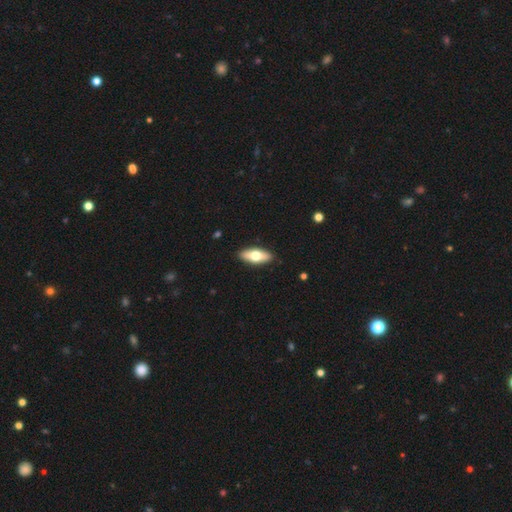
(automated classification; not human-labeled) smooth-or-featured: smooth: 61% | featured or disk: 33% | star or artifact: 6%
  how-rounded: in between: 75% | cigar-shaped: 22% | round: 3%
  merging: none: 90% | minor disturbance: 7% | major disturbance: 2% | merger: 1%